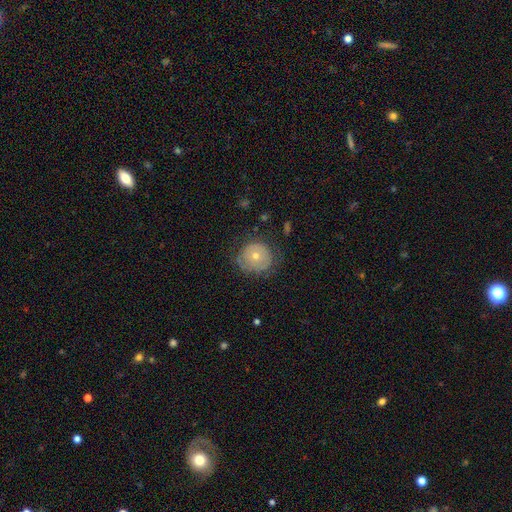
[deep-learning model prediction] Smooth or featured?
  - featured or disk: 48% *
  - smooth: 44%
  - star or artifact: 9%
Merging?
  - none: 70% *
  - minor disturbance: 19%
  - major disturbance: 9%
  - merger: 1%